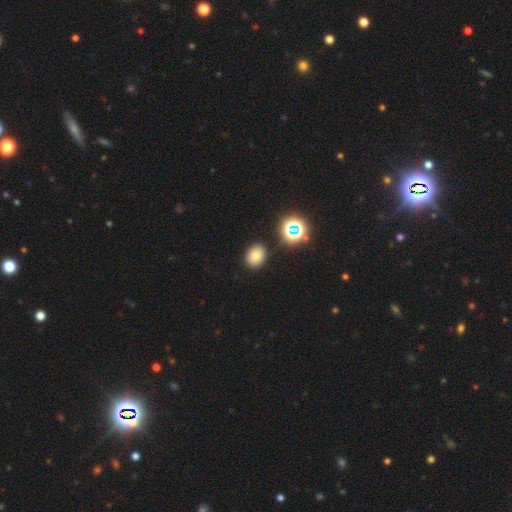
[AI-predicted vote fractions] smooth_or_featured: smooth (p=0.75) [alt: star or artifact p=0.17]
how_rounded: round (p=0.50) [alt: in between p=0.49]
merging: none (p=0.87) [alt: minor disturbance p=0.08]